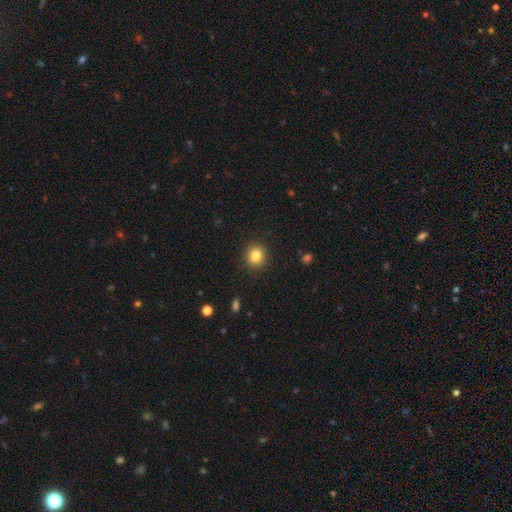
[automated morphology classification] smooth_or_featured: smooth (p=0.83) [alt: star or artifact p=0.11]
how_rounded: round (p=0.86) [alt: in between p=0.13]
merging: none (p=0.91) [alt: minor disturbance p=0.06]